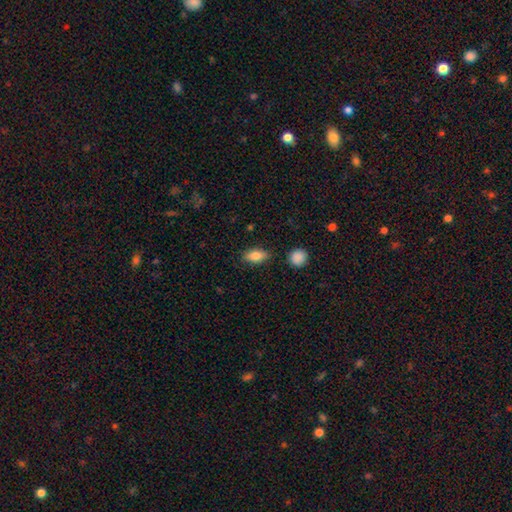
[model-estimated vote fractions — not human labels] The model was most divided on "smooth or featured": smooth: 80%, featured or disk: 12%, star or artifact: 8%. More confident: how rounded — in between (85%); merging — none (84%).